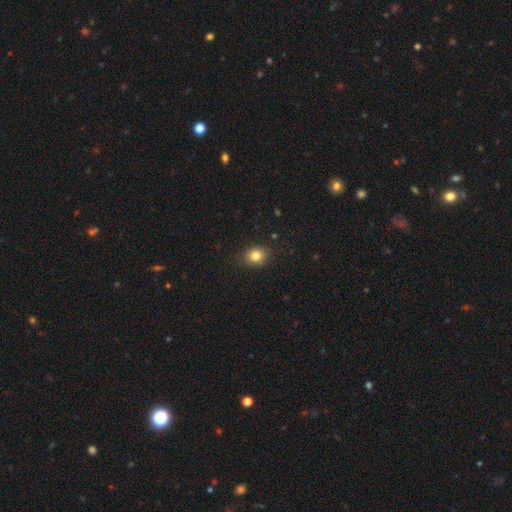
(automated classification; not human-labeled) A smooth galaxy with no disk features (82%) that is round (68%). Merging: none (86%).